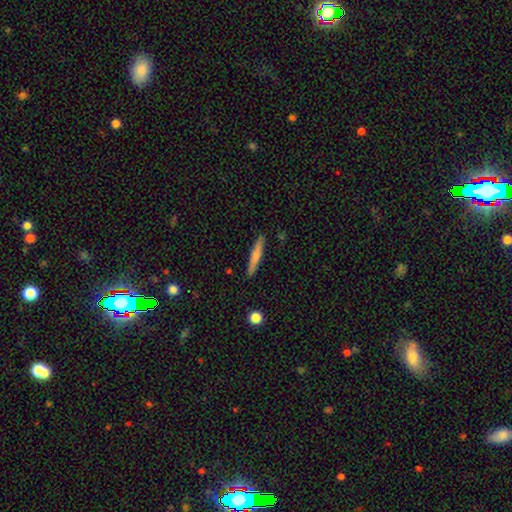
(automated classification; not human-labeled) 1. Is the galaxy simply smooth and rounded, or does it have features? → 63% smooth, 31% featured or disk, 6% star or artifact.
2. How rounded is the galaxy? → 93% cigar-shaped, 5% in between, 2% round.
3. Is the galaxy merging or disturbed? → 89% none, 8% minor disturbance, 2% major disturbance, 1% merger.